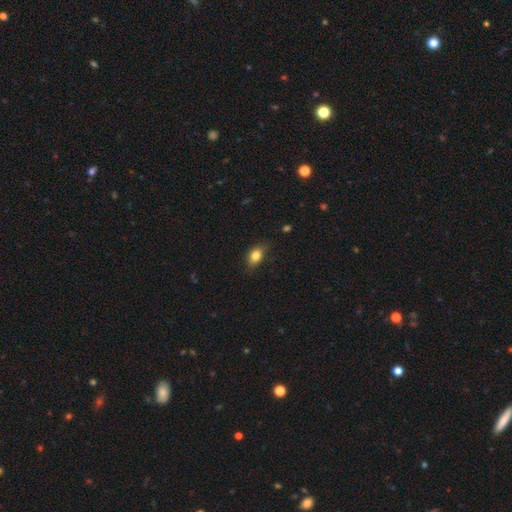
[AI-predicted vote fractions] This is clearly a smooth galaxy (82%). How rounded: likely in between (78%). Merging: likely none (77%).